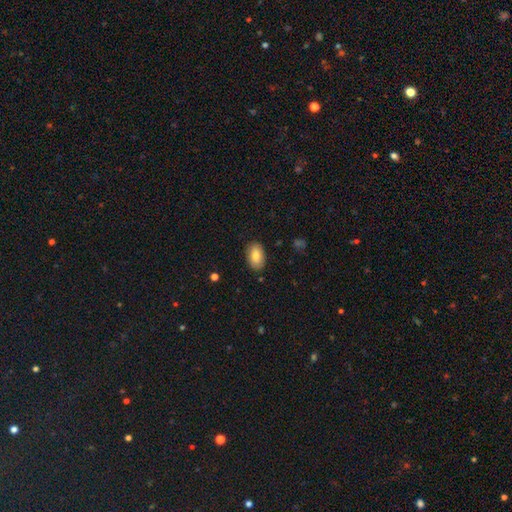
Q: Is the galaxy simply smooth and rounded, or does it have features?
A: smooth — 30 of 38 (79%).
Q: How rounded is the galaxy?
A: in between — 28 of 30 (93%).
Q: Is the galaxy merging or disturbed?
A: none — 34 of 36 (94%).